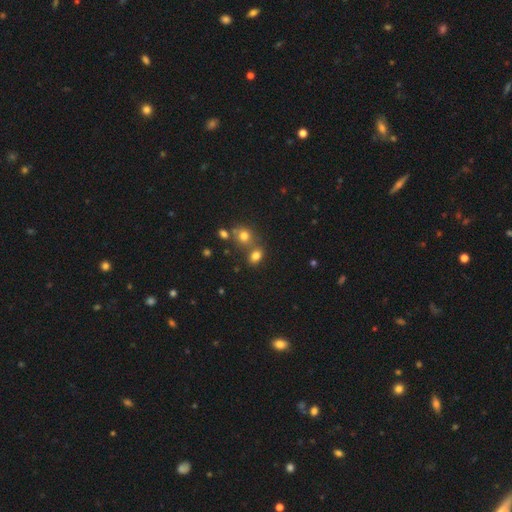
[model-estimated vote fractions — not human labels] Smooth or featured? smooth (77%)
How rounded? in between (65%)
Merging? none (56%)